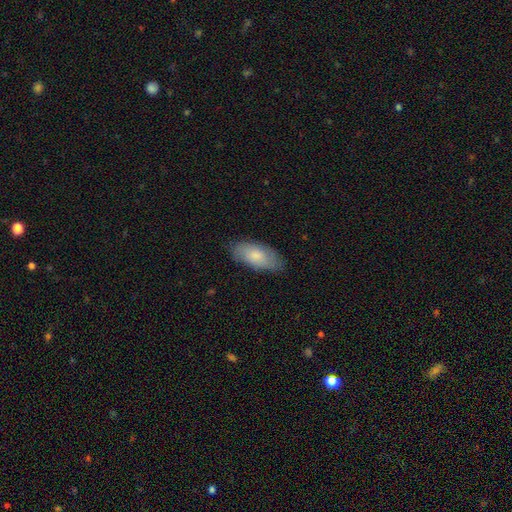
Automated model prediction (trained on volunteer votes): Q: Smooth or featured?
A: smooth (76%); runner-up: featured or disk (18%)
Q: How rounded?
A: in between (89%); runner-up: cigar-shaped (9%)
Q: Merging?
A: none (79%); runner-up: minor disturbance (16%)